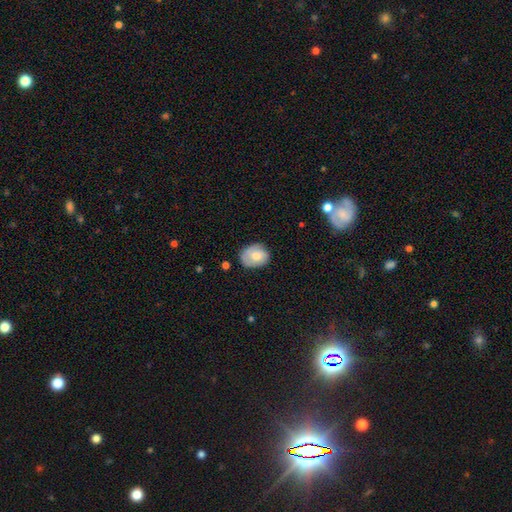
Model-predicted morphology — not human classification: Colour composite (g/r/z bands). It shows a smooth galaxy with no disk features (68%) that is in between round and cigar-shaped (62%). Merging: none (64%).